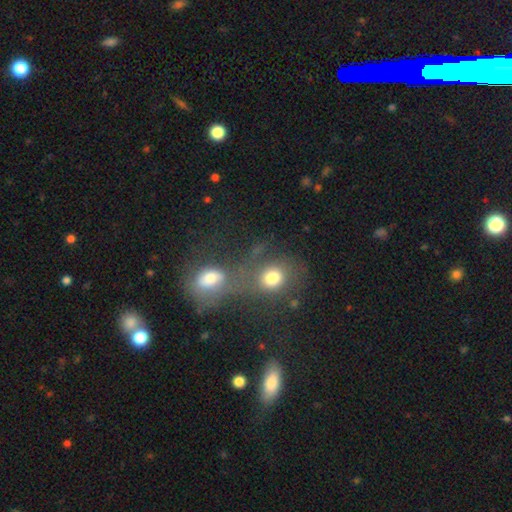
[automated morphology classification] Smooth or featured?
  - smooth: 58% *
  - star or artifact: 23%
  - featured or disk: 19%
How rounded?
  - round: 62% *
  - in between: 35%
  - cigar-shaped: 2%
Merging?
  - merger: 49% *
  - none: 33%
  - minor disturbance: 10%
  - major disturbance: 8%